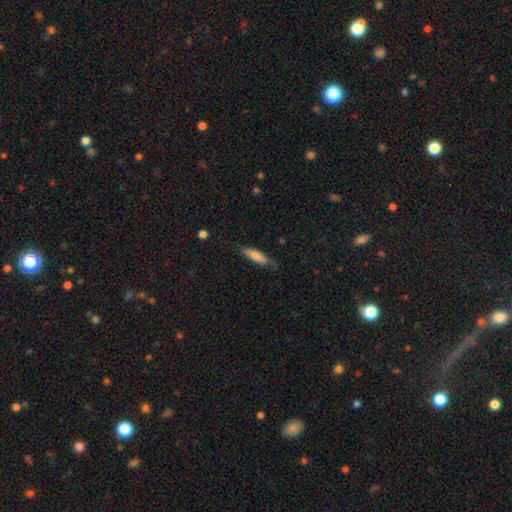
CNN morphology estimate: This is likely a smooth galaxy (74%). How rounded: likely cigar-shaped (66%). Merging: likely none (74%).